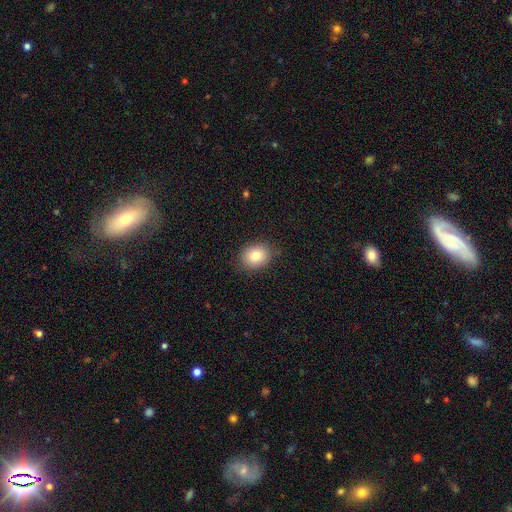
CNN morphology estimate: This appears to be a smooth galaxy with no disk features (80%) that is round (59%). Merging: none (84%).